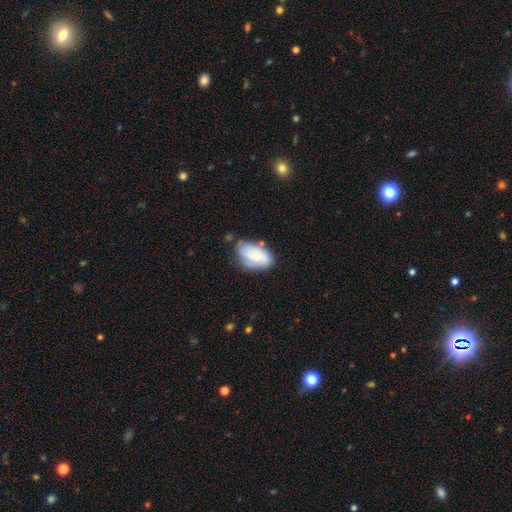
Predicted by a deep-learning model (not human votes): A smooth galaxy with no disk features (50%). Merging: none (56%).